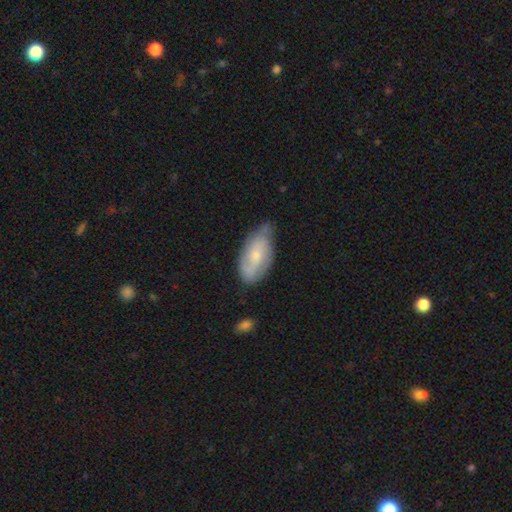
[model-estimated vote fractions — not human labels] Smooth or featured?
  - featured or disk: 49% *
  - smooth: 45%
  - star or artifact: 6%
Merging?
  - none: 57% *
  - minor disturbance: 34%
  - major disturbance: 7%
  - merger: 2%